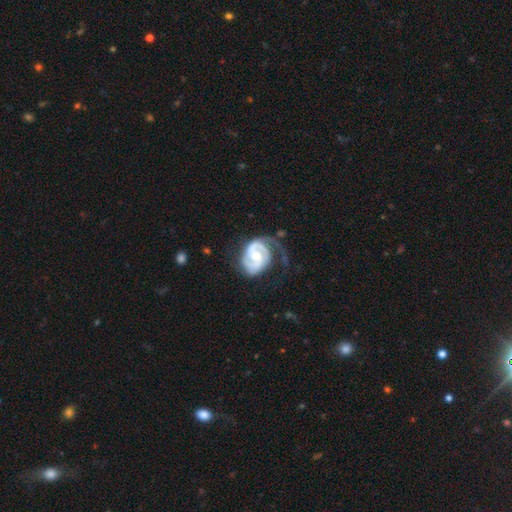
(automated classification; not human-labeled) Smooth or featured: featured or disk — 89% (smooth — 7%)
Edge-on disk: no — 98% (yes — 2%)
Bar: weak — 44% (no — 43%)
Spiral arms: yes — 97% (no — 3%)
Spiral winding: tight — 48% (medium — 41%)
Spiral arm count: 2 — 81% (1 — 7%)
Bulge size: moderate — 60% (small — 31%)
Merging: none — 49% (minor disturbance — 25%)